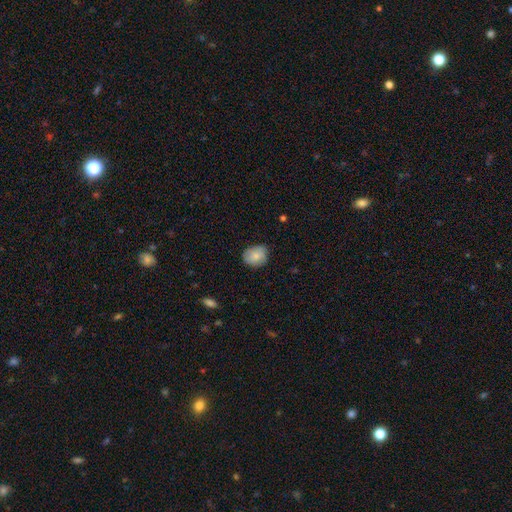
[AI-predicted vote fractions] This is clearly a smooth galaxy (83%). How rounded: possibly round (54%). Merging: likely none (74%).